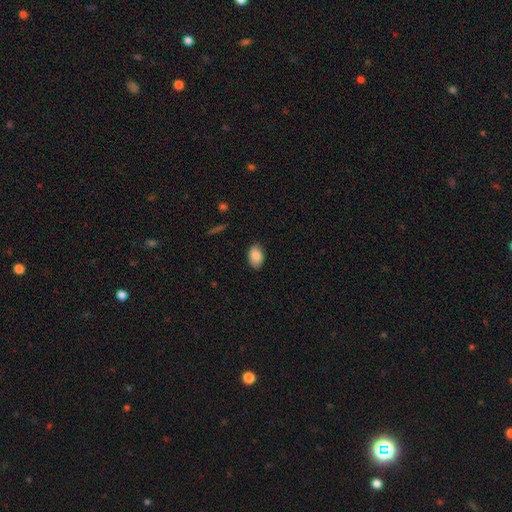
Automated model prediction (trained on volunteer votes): Smooth or featured? Predicted: smooth (p=0.87). How rounded? Predicted: in between (p=0.88). Merging? Predicted: none (p=0.86).